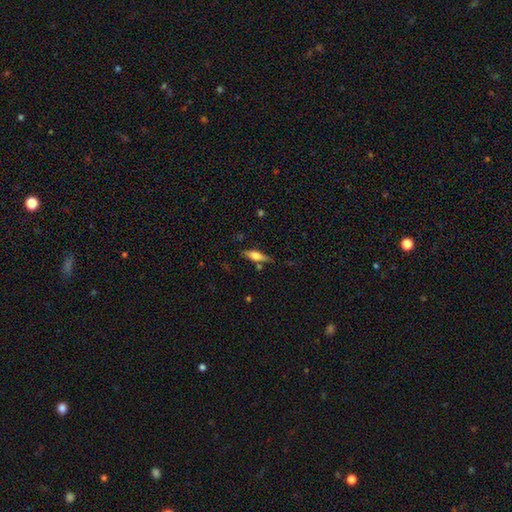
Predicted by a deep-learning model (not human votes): Smooth or featured: smooth — 50% (featured or disk — 43%)
How rounded: cigar-shaped — 58% (in between — 39%)
Merging: none — 74% (minor disturbance — 16%)